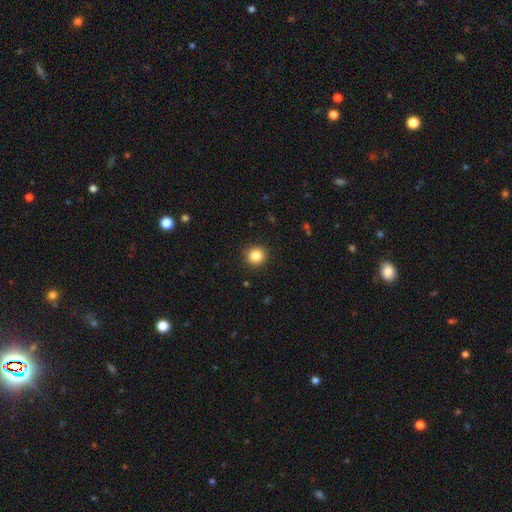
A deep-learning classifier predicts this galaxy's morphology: smooth-or-featured: smooth: 84% | star or artifact: 10% | featured or disk: 5%
  how-rounded: round: 92% | in between: 7% | cigar-shaped: 1%
  merging: none: 92% | minor disturbance: 6% | major disturbance: 2% | merger: 1%